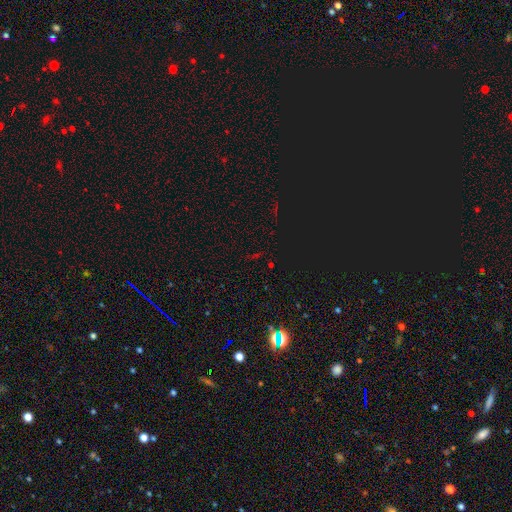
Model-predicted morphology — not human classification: Smooth or featured? star or artifact (73%)